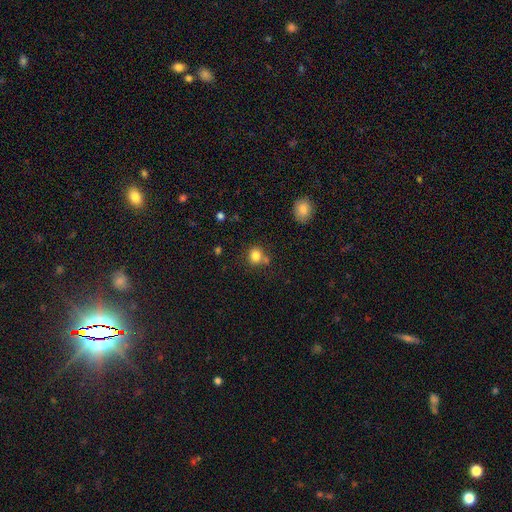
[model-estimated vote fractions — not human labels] Q: Smooth or featured?
A: smooth (81%); runner-up: star or artifact (12%)
Q: How rounded?
A: round (77%); runner-up: in between (22%)
Q: Merging?
A: none (62%); runner-up: merger (18%)